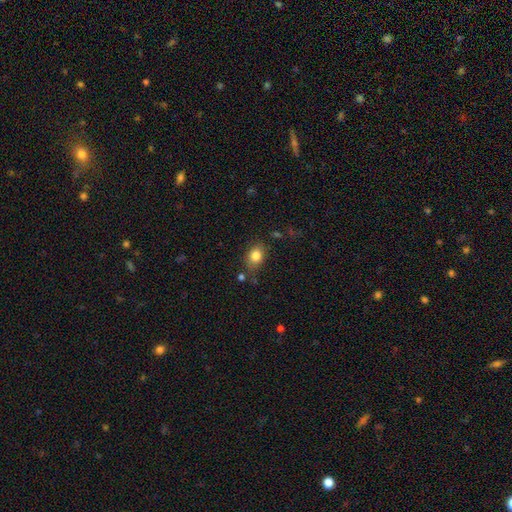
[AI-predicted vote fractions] The model was most divided on "how rounded": in between: 65%, round: 34%, cigar-shaped: 1%. More confident: smooth or featured — smooth (82%); merging — none (73%).